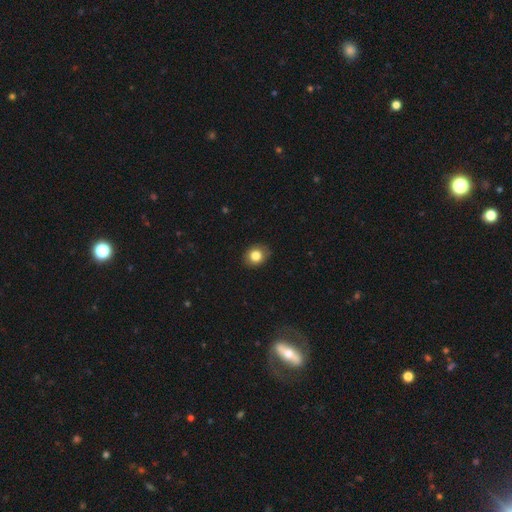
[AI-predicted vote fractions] The model was most divided on "how rounded": round: 66%, in between: 33%, cigar-shaped: 1%. More confident: merging — none (84%); smooth or featured — smooth (83%).